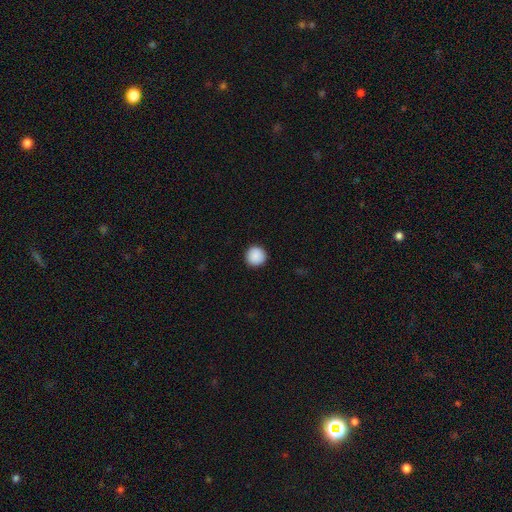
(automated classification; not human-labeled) Overall: smooth (90%). How rounded: round (96%). Merging: none (93%).